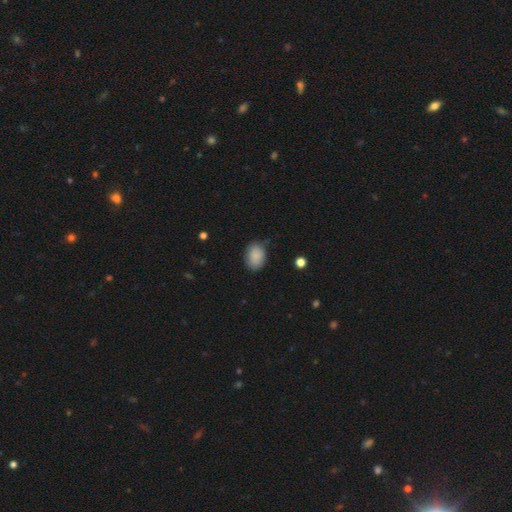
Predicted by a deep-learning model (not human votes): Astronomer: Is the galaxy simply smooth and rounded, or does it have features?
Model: smooth — 87%.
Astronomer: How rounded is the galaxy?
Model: in between — 75%.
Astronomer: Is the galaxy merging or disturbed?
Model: none — 73%.